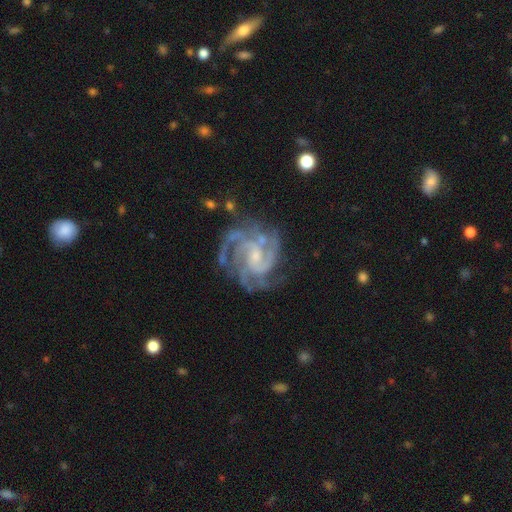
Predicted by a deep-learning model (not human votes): Morphology: type=featured or disk (92%); edge-on=no (98%); bar=no (46%); spiral arms=yes (98%); winding=tight (56%); arm count=3 (38%); bulge=small (61%); merging=none (70%).